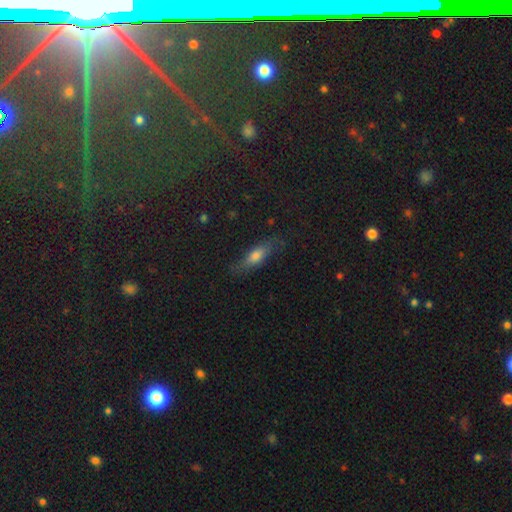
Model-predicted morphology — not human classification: A smooth galaxy with no disk features (56%) that is cigar-shaped (52%).

Vote fractions:
- Smooth or featured? smooth: 56% / featured or disk: 33% / star or artifact: 11%
- How rounded? cigar-shaped: 52% / in between: 44% / round: 4%
- Merging? none: 77% / minor disturbance: 17% / major disturbance: 5% / merger: 1%